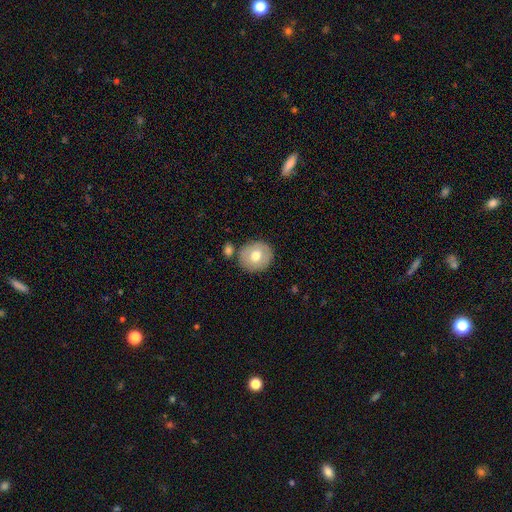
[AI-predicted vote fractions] smooth_or_featured: smooth (p=0.70) [alt: featured or disk p=0.23]
how_rounded: round (p=0.82) [alt: in between p=0.17]
merging: none (p=0.78) [alt: minor disturbance p=0.11]